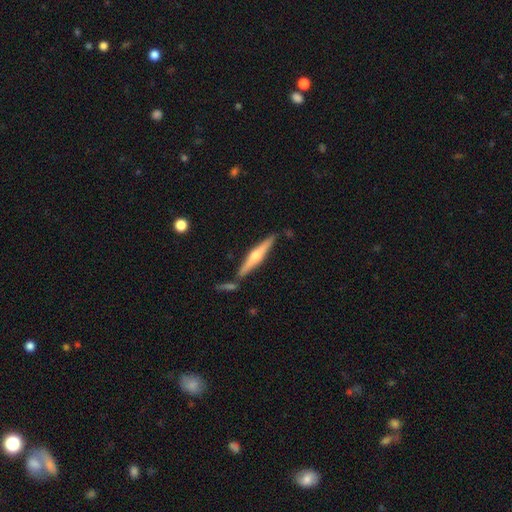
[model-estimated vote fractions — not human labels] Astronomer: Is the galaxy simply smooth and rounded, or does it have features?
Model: featured or disk — 65%.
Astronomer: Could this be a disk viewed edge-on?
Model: yes — 97%.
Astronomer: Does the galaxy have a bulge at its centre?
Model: rounded — 88%.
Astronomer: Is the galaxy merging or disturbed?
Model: none — 79%.